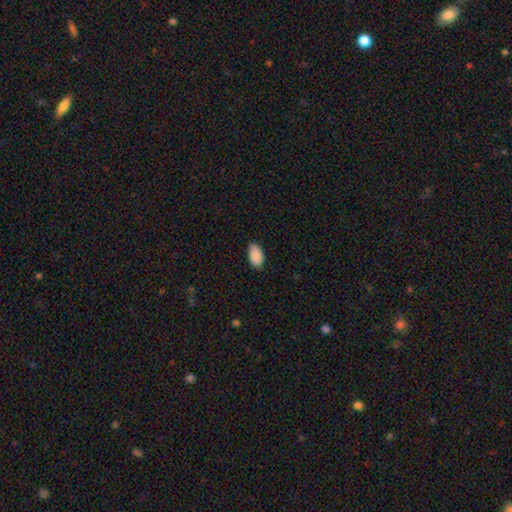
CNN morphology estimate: Smooth or featured? smooth (90%)
How rounded? in between (95%)
Merging? none (77%)